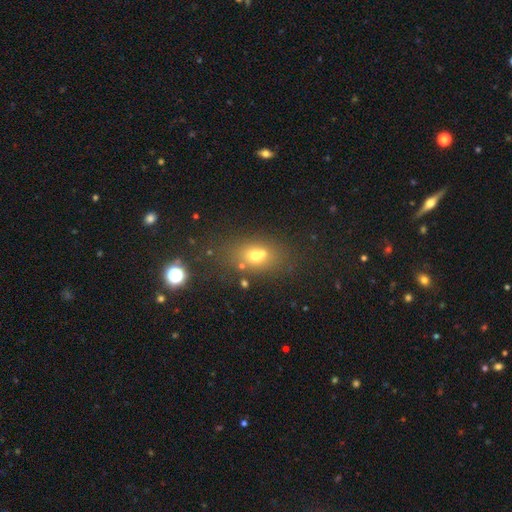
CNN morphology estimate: A smooth galaxy with no disk features (58%) that is in between round and cigar-shaped (63%). Merging: none (46%).